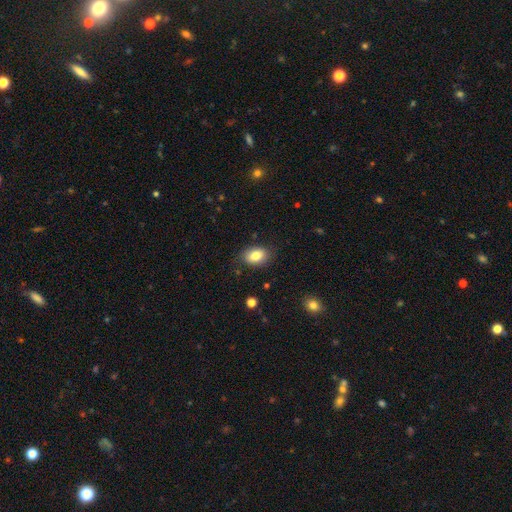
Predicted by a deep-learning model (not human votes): This appears to be a smooth galaxy with no disk features (82%) that is in between round and cigar-shaped (85%). Merging: none (82%).